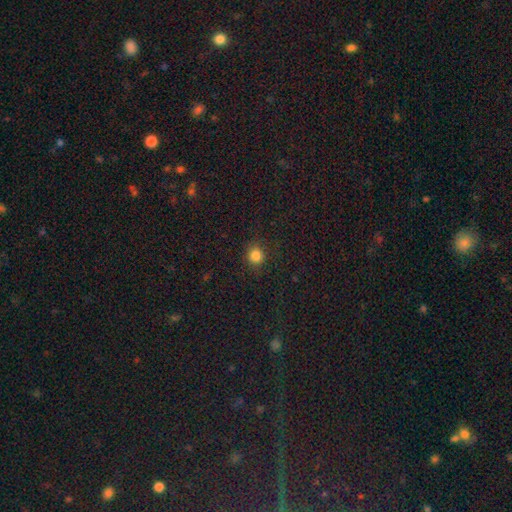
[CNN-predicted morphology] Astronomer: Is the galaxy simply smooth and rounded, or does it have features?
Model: smooth — 83%.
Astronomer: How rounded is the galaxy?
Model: round — 89%.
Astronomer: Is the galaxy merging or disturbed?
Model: none — 87%.